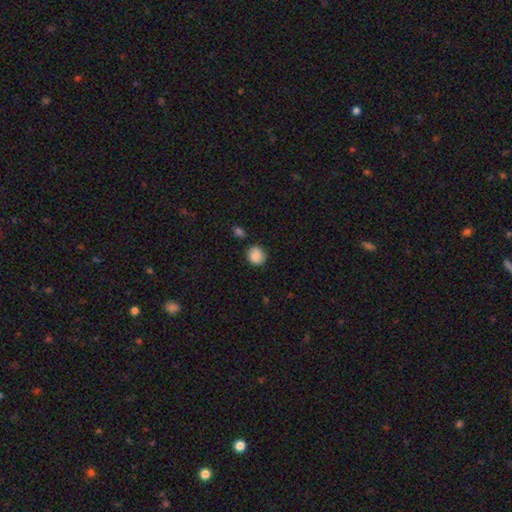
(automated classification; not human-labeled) Smooth or featured: smooth — 87% (star or artifact — 8%)
How rounded: round — 84% (in between — 15%)
Merging: none — 79% (minor disturbance — 15%)